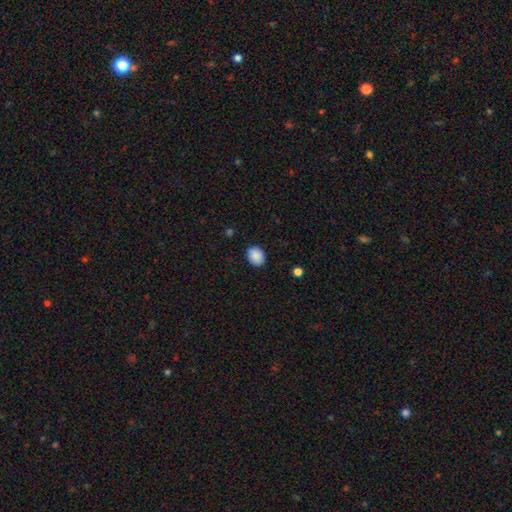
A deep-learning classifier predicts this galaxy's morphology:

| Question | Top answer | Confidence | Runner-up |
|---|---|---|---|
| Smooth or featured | smooth | 89% | star or artifact (8%) |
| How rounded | in between | 52% | round (47%) |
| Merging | none | 88% | minor disturbance (8%) |